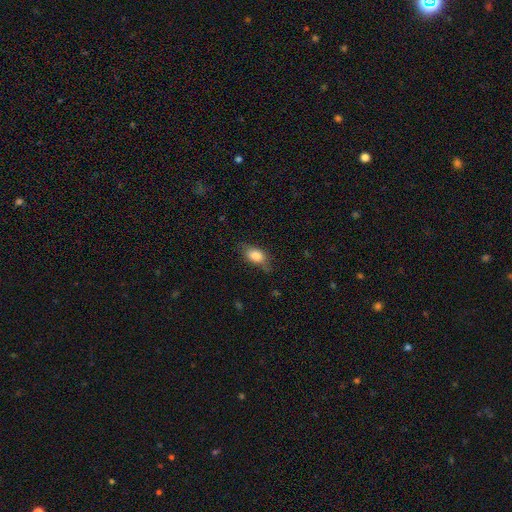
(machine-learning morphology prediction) A smooth galaxy with no disk features (80%) that is in between round and cigar-shaped (84%). Merging: none (63%).